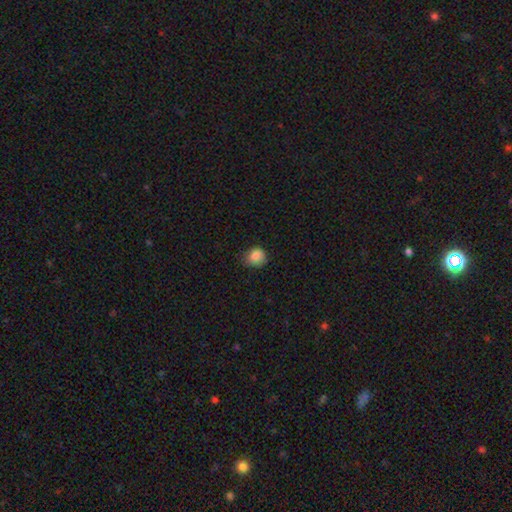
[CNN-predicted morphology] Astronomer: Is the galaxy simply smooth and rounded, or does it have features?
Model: smooth — 85%.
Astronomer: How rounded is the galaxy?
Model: round — 79%.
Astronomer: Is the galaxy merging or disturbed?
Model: none — 65%.